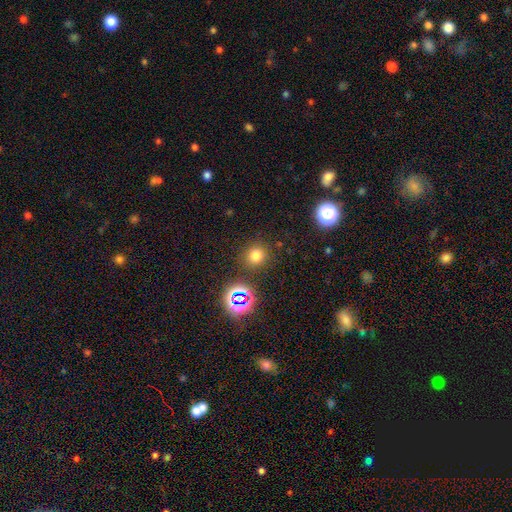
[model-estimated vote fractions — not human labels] This is likely a smooth galaxy (71%). How rounded: clearly round (88%). Merging: clearly none (86%).